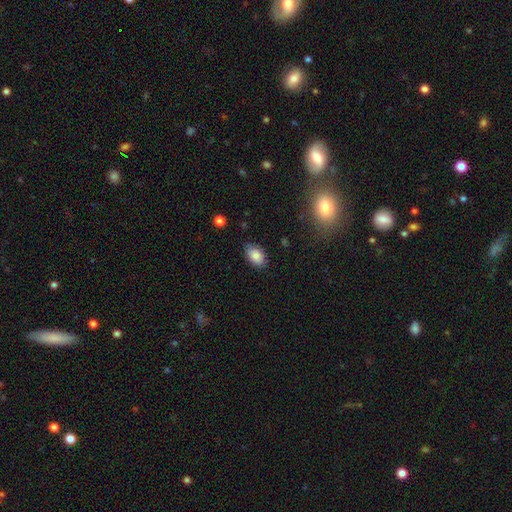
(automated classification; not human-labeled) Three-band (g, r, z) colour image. It shows a smooth galaxy with no disk features (82%) that is in between round and cigar-shaped (91%). Merging: none (78%).